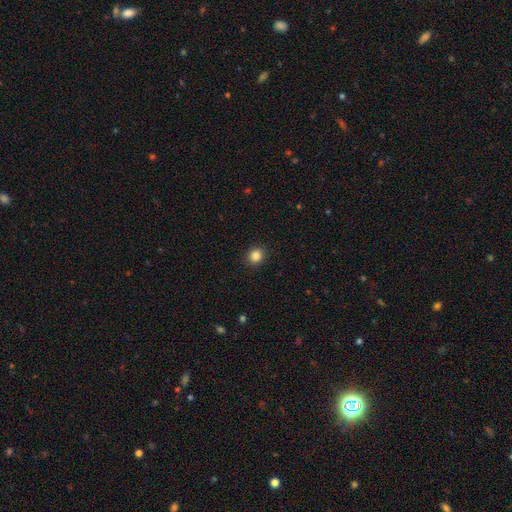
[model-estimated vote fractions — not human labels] Q: Smooth or featured?
A: smooth (84%); runner-up: star or artifact (11%)
Q: How rounded?
A: round (86%); runner-up: in between (13%)
Q: Merging?
A: none (92%); runner-up: minor disturbance (6%)